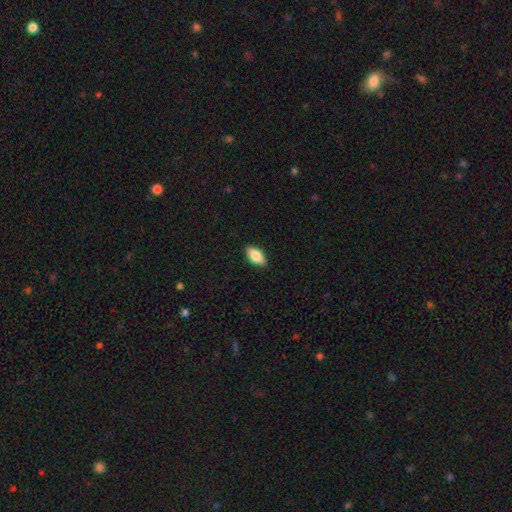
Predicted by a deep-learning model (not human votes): A smooth galaxy with no disk features (74%) that is in between round and cigar-shaped (85%). Merging: none (88%).